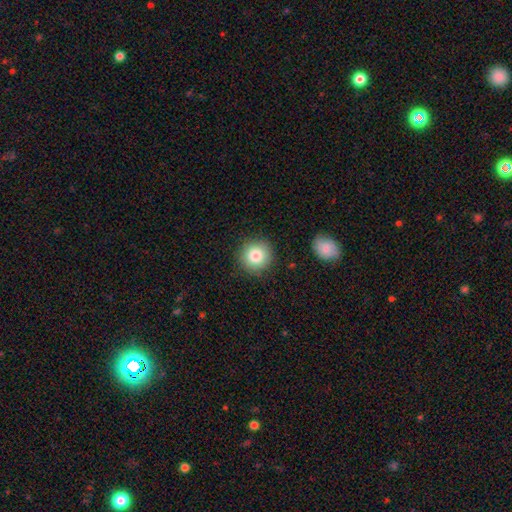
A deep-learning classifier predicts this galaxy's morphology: A smooth galaxy with no disk features (82%) that is round (94%).

Vote fractions:
- Smooth or featured? smooth: 82% / star or artifact: 10% / featured or disk: 8%
- How rounded? round: 94% / in between: 5% / cigar-shaped: 1%
- Merging? none: 88% / minor disturbance: 8% / major disturbance: 2% / merger: 2%